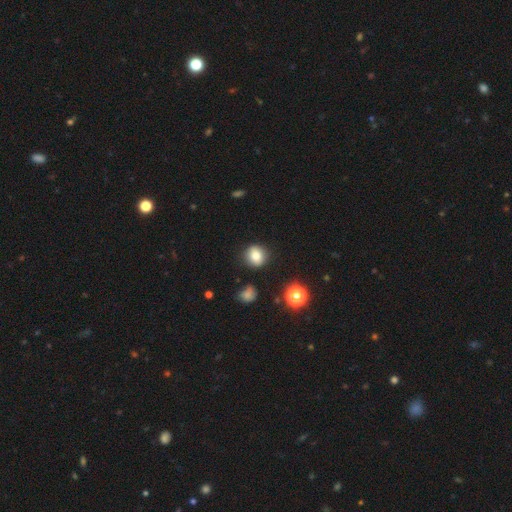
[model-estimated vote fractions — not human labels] smooth 80%, star or artifact 12%, featured or disk 8%. Down the decision tree: how rounded — round (76%); merging — none (85%).